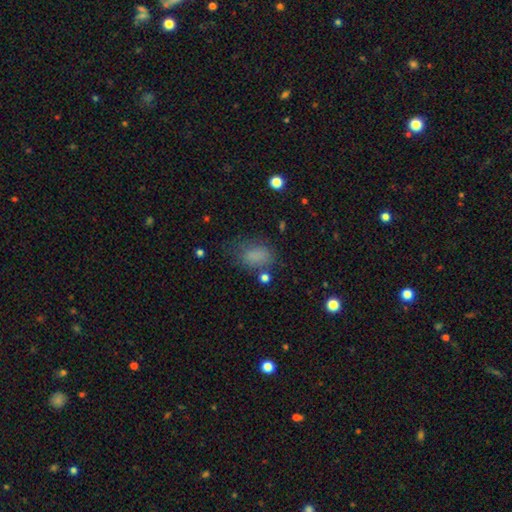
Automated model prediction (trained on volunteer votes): Smooth or featured: smooth — 79% (star or artifact — 14%)
How rounded: in between — 83% (round — 14%)
Merging: none — 61% (minor disturbance — 23%)